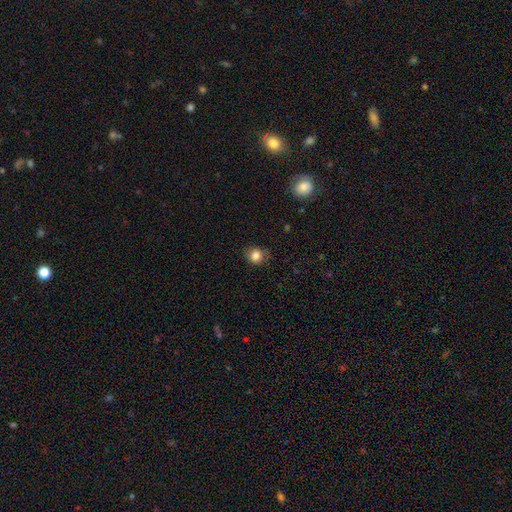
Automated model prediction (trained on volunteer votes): smooth 83%, star or artifact 11%, featured or disk 6%. Down the decision tree: how rounded — round (75%); merging — none (80%).